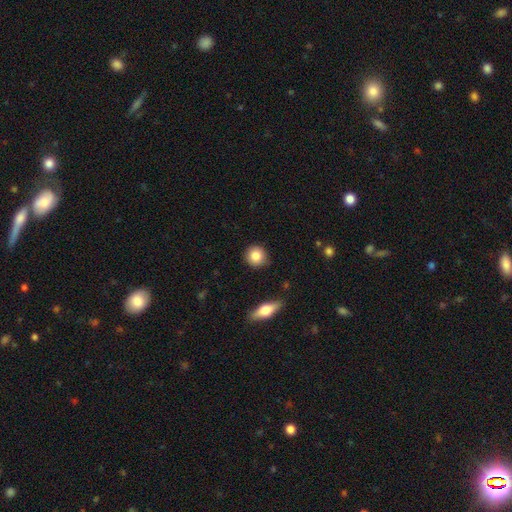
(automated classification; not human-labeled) smooth_or_featured: smooth (p=0.84) [alt: featured or disk p=0.08]
how_rounded: round (p=0.90) [alt: in between p=0.09]
merging: none (p=0.88) [alt: minor disturbance p=0.08]